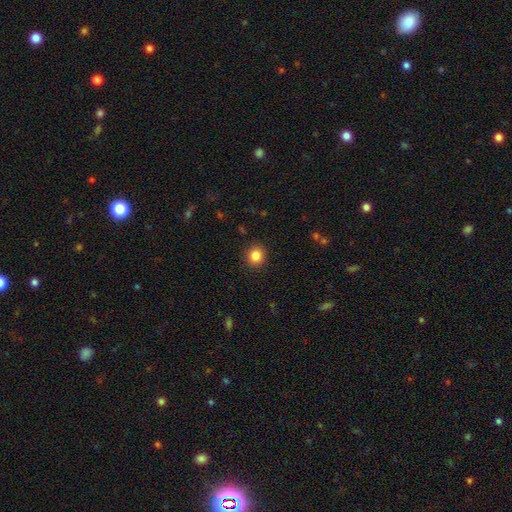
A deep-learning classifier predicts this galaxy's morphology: type=smooth (85%); roundness=round (86%); merging=none (91%).